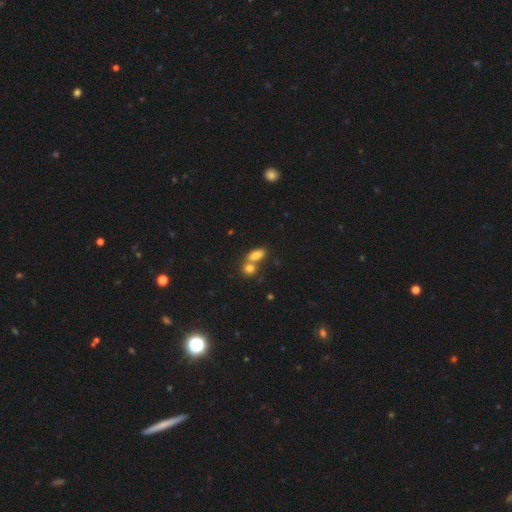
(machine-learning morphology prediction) Q: Smooth or featured?
A: smooth (80%); runner-up: featured or disk (10%)
Q: How rounded?
A: in between (83%); runner-up: round (10%)
Q: Merging?
A: merger (49%); runner-up: none (38%)